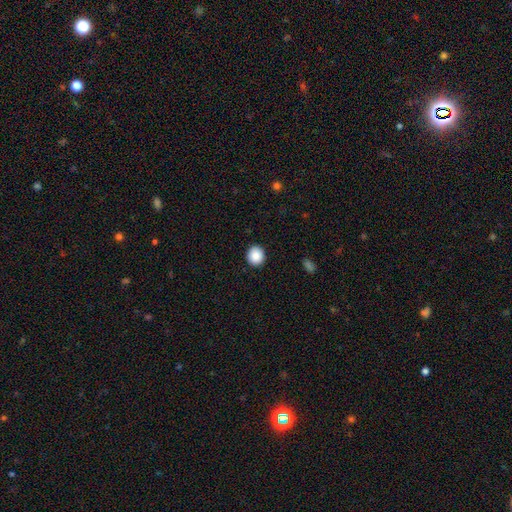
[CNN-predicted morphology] Smooth or featured: smooth — 89% (star or artifact — 8%)
How rounded: round — 86% (in between — 13%)
Merging: none — 92% (minor disturbance — 5%)